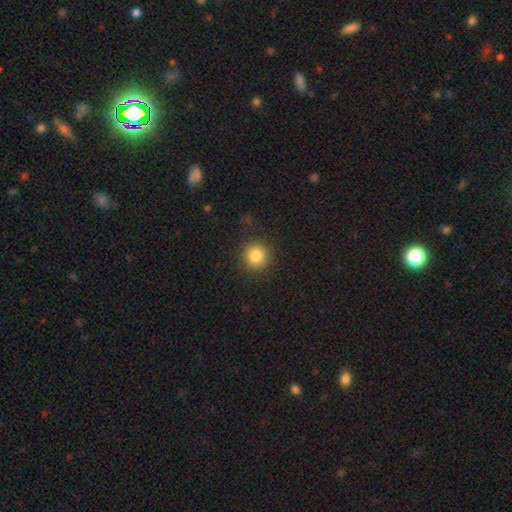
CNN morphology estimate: type=smooth (84%); roundness=round (93%); merging=none (90%).